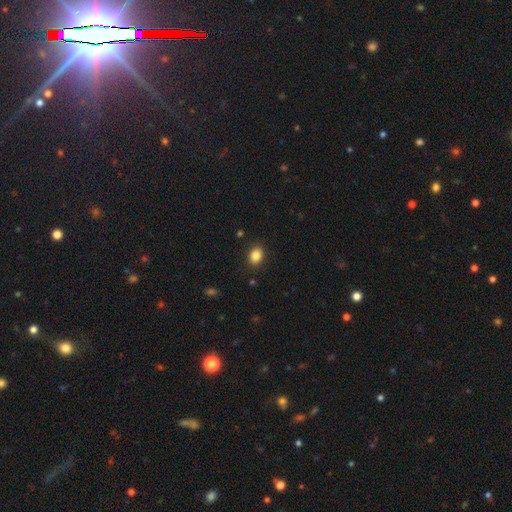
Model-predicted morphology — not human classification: This is clearly a smooth galaxy (86%). How rounded: likely in between (67%). Merging: clearly none (87%).